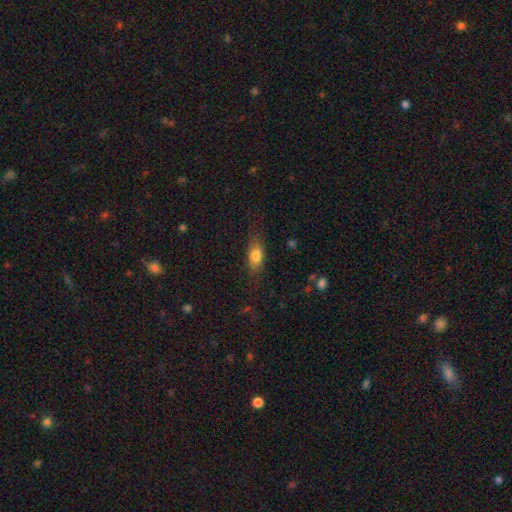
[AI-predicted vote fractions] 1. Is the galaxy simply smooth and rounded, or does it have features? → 75% smooth, 17% featured or disk, 8% star or artifact.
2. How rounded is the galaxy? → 73% in between, 20% cigar-shaped, 7% round.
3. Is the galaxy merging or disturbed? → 76% none, 17% minor disturbance, 6% major disturbance, 1% merger.